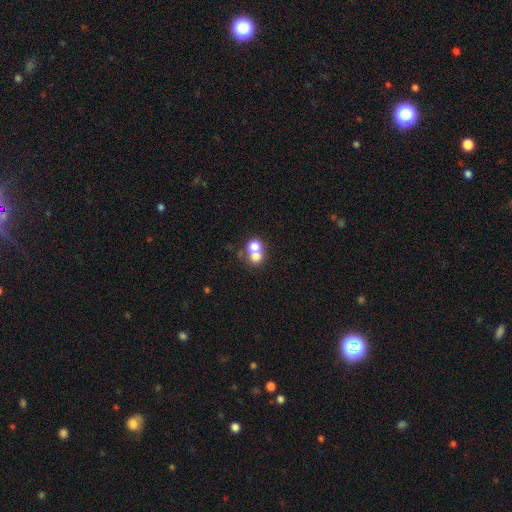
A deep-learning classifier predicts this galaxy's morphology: A smooth galaxy with no disk features (70%) that is round (77%). Merging: merger (64%).